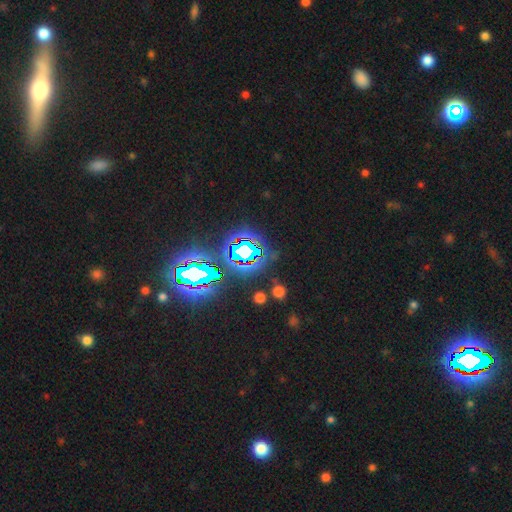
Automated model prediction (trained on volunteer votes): This is clearly a star or artifact rather than a galaxy (80%).